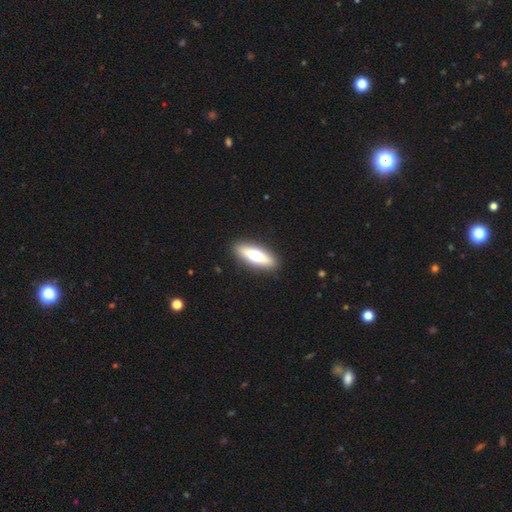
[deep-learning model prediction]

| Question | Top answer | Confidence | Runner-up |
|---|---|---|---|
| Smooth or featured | smooth | 51% | featured or disk (44%) |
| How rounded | cigar-shaped | 54% | in between (43%) |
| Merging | none | 91% | minor disturbance (6%) |